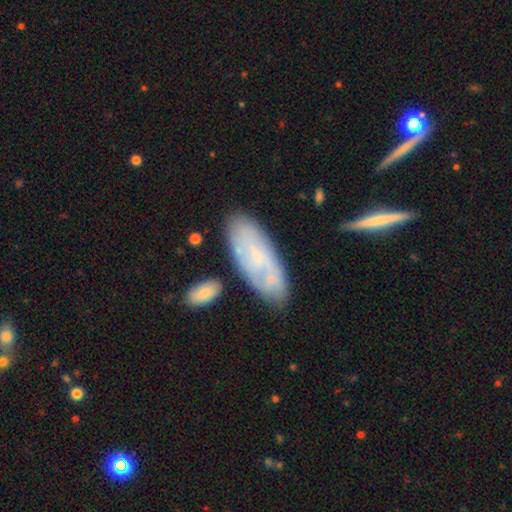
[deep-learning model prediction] The model was most divided on "smooth or featured": featured or disk: 47%, smooth: 46%, star or artifact: 7%. More confident: merging — none (65%).